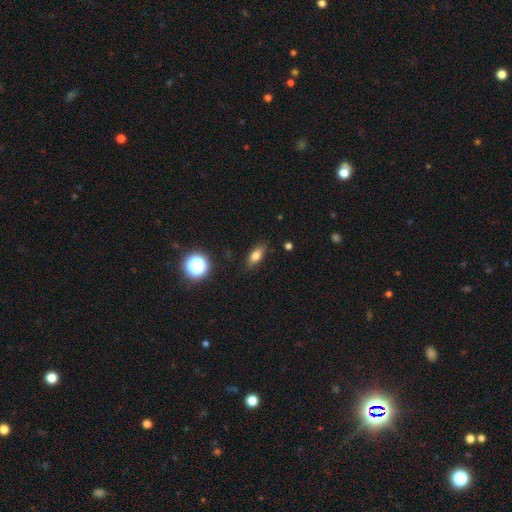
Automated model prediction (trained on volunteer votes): This appears to be a smooth galaxy with no disk features (73%) that is in between round and cigar-shaped (76%). Merging: none (85%).